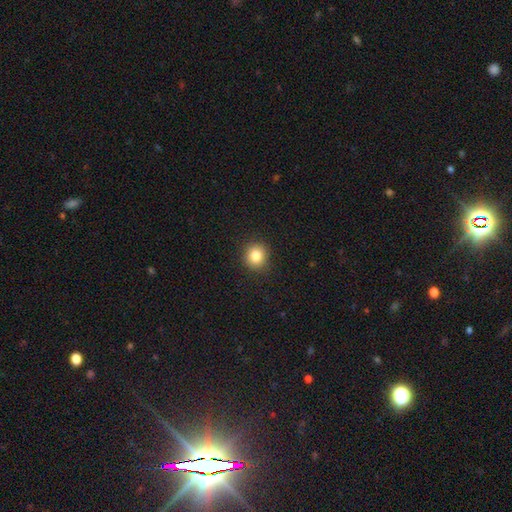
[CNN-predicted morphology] This appears to be a smooth galaxy with no disk features (84%) that is round (88%). Merging: none (90%).